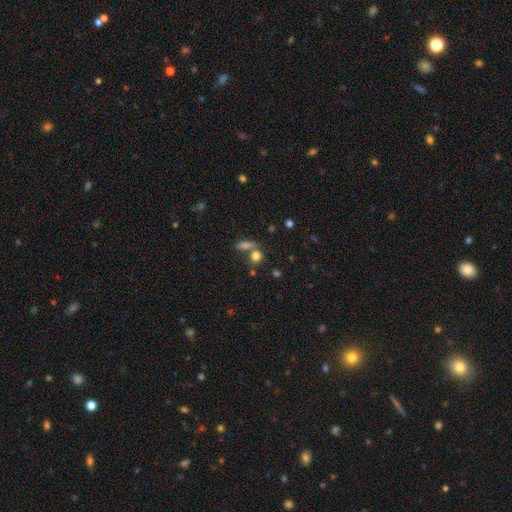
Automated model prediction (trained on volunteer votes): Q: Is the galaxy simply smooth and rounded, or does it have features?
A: smooth — 78%.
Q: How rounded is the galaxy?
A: round — 59%.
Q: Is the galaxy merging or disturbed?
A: none — 56%.